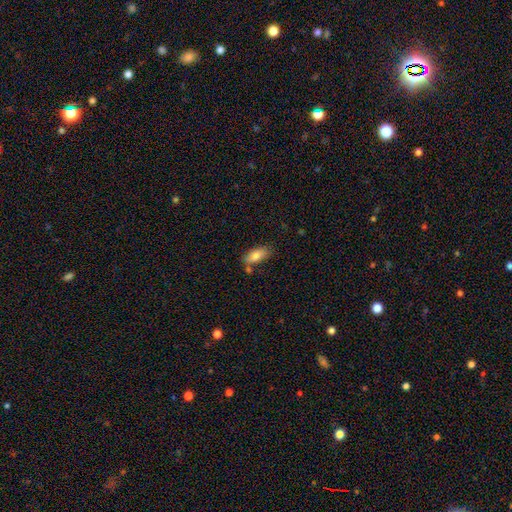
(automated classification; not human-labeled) A smooth galaxy with no disk features (80%) that is in between round and cigar-shaped (85%).

Vote fractions:
- Smooth or featured? smooth: 80% / featured or disk: 12% / star or artifact: 7%
- How rounded? in between: 85% / cigar-shaped: 13% / round: 3%
- Merging? none: 69% / minor disturbance: 18% / merger: 9% / major disturbance: 4%